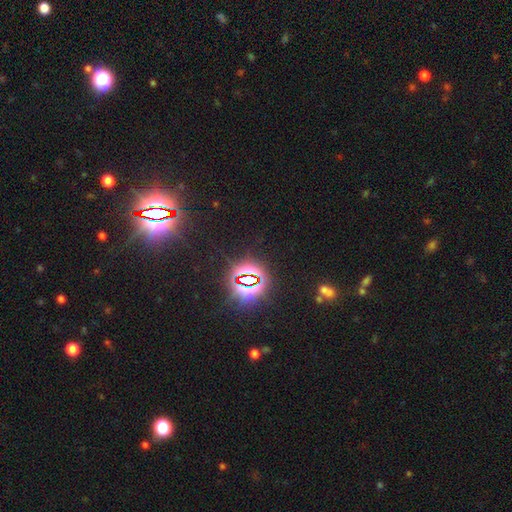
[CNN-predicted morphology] Smooth or featured?
  - star or artifact: 83% *
  - smooth: 11%
  - featured or disk: 6%